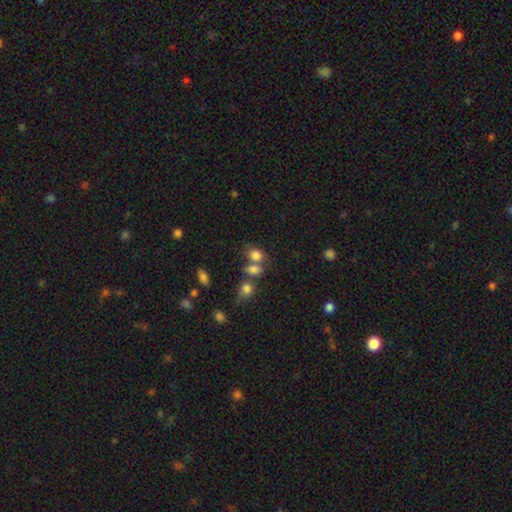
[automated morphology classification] This is likely a smooth galaxy (78%). How rounded: possibly in between (51%). Merging: marginally none (43%).